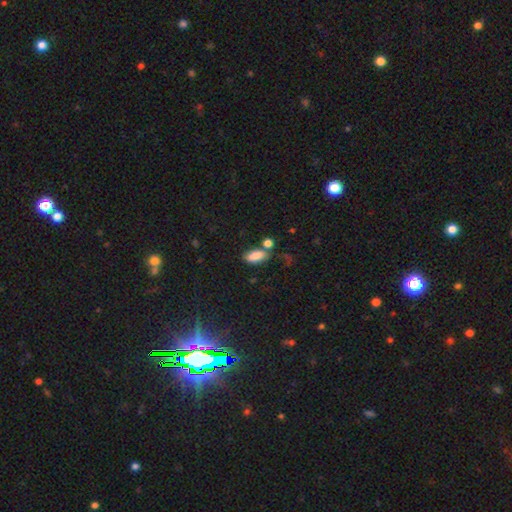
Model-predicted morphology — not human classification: smooth-or-featured: smooth: 85% | star or artifact: 9% | featured or disk: 7%
  how-rounded: in between: 87% | cigar-shaped: 9% | round: 4%
  merging: none: 62% | minor disturbance: 17% | merger: 15% | major disturbance: 5%